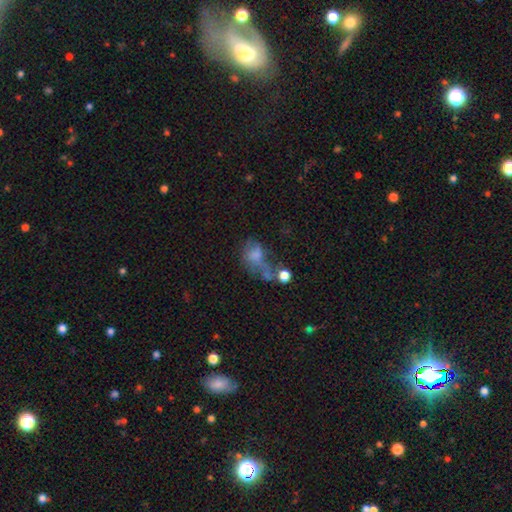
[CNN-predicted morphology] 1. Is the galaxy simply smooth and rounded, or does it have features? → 53% smooth, 31% featured or disk, 17% star or artifact.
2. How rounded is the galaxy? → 67% in between, 31% round, 2% cigar-shaped.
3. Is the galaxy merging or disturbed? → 39% major disturbance, 28% merger, 18% none, 15% minor disturbance.